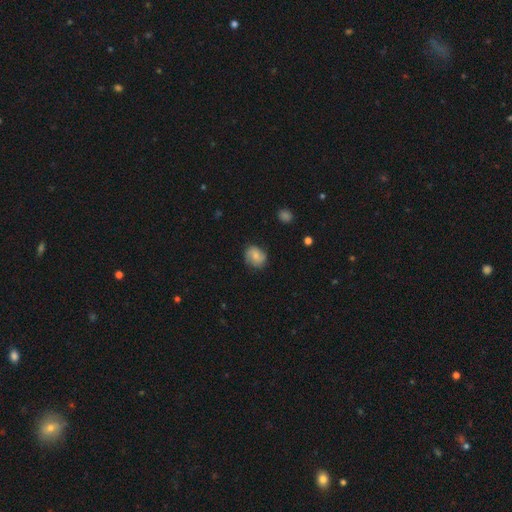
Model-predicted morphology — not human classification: Smooth or featured?
  - featured or disk: 46% *
  - smooth: 45%
  - star or artifact: 9%
Merging?
  - none: 76% *
  - minor disturbance: 18%
  - major disturbance: 5%
  - merger: 1%